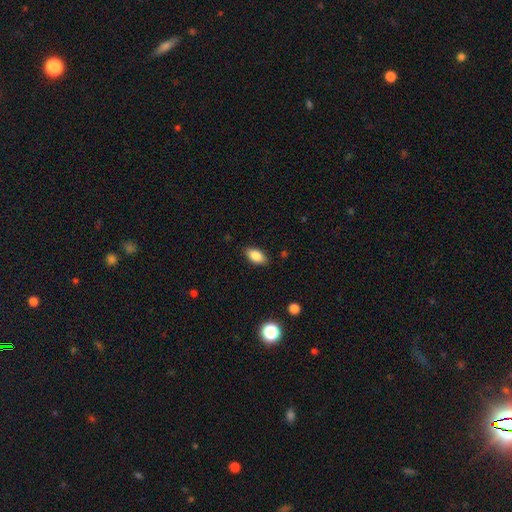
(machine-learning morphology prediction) This appears to be a smooth galaxy with no disk features (85%) that is in between round and cigar-shaped (91%). Merging: none (85%).